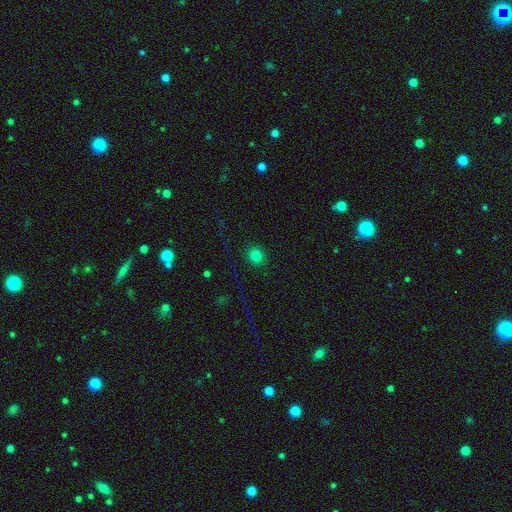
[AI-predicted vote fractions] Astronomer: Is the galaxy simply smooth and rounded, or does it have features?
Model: smooth — 81%.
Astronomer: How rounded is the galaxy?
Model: round — 88%.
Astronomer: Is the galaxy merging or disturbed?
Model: none — 90%.